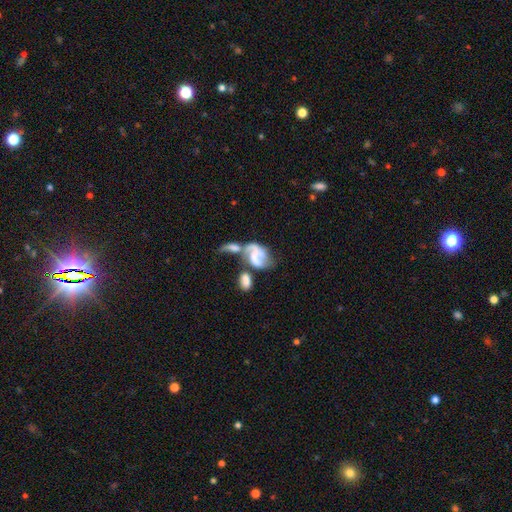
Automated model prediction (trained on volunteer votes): Overall: featured or disk (66%). Edge-on disk: no (96%). Bar: no (52%; weak 33%). Spiral arms: yes (79%). Spiral arm count: 2 (71%). Spiral winding: loose (50%; medium 34%). Bulge size: none (50%; small 26%). Merging: merger (55%; major disturbance 19%).